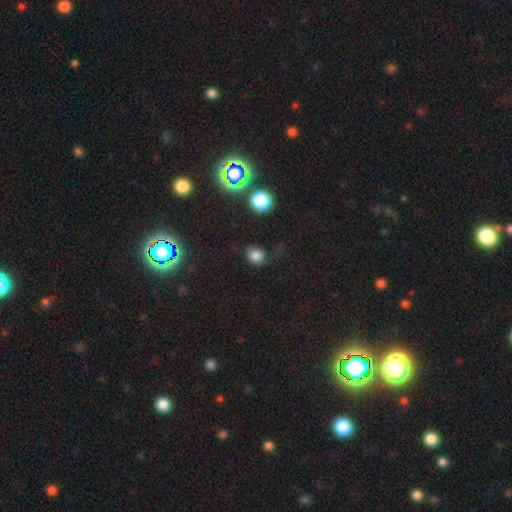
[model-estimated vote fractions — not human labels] Q: Smooth or featured?
A: smooth (78%); runner-up: star or artifact (16%)
Q: How rounded?
A: round (57%); runner-up: in between (42%)
Q: Merging?
A: none (62%); runner-up: minor disturbance (24%)